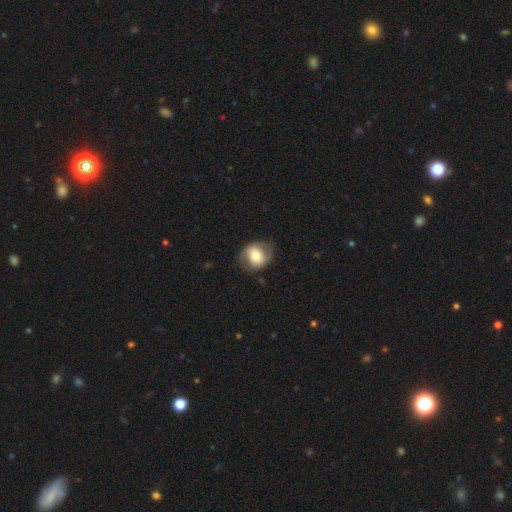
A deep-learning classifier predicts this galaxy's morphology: type=smooth (56%); roundness=round (56%); merging=none (75%).